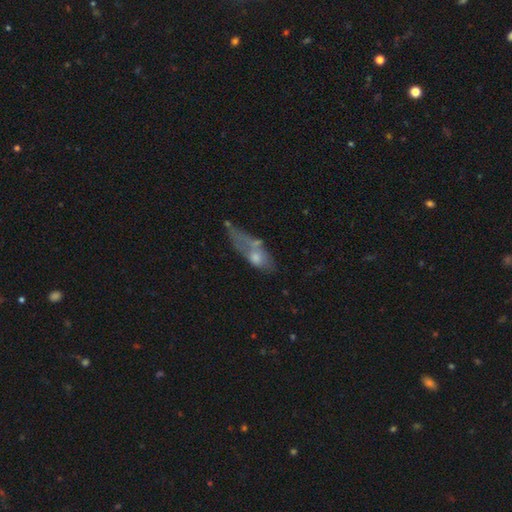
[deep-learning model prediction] smooth 50%, featured or disk 39%, star or artifact 10%. Down the decision tree: how rounded — in between (57%); merging — major disturbance (30%).